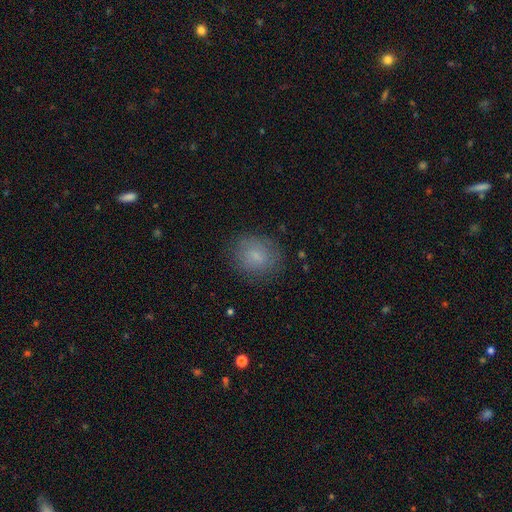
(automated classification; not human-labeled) Morphology: type=smooth (76%); roundness=round (71%); merging=none (81%).